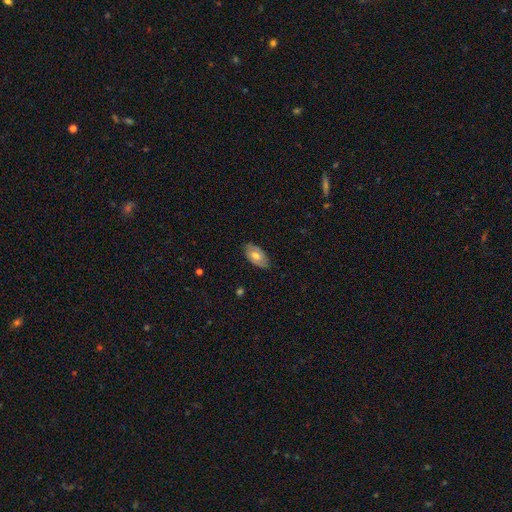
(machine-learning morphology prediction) type=smooth (53%); roundness=in between (93%); merging=none (79%).